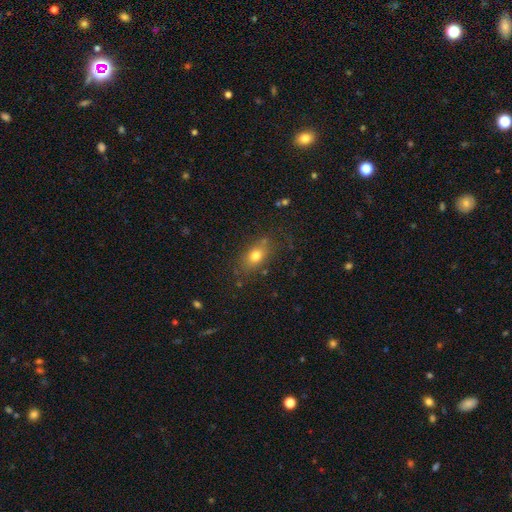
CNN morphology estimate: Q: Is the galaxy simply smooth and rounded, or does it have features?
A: smooth — 74%.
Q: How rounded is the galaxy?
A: in between — 74%.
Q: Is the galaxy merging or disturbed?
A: none — 74%.